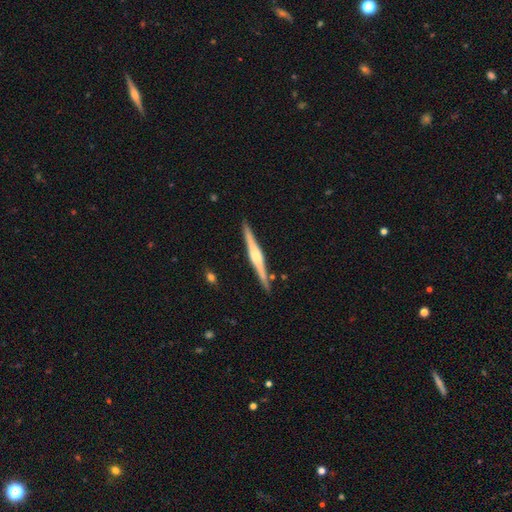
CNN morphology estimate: featured or disk 77%, smooth 18%, star or artifact 5%. Down the decision tree: edge-on disk — yes (98%); edge-on bulge — rounded (75%); merging — none (90%).